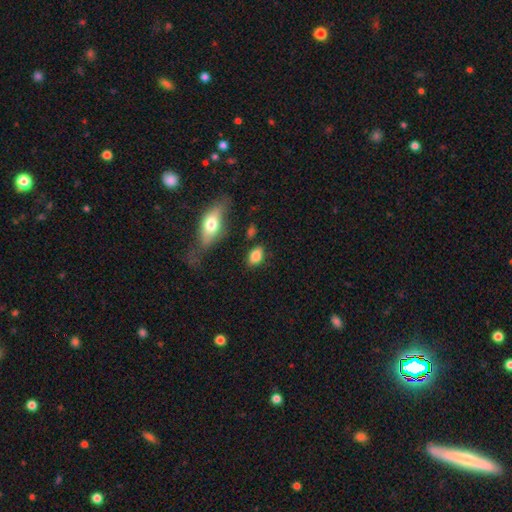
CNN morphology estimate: A smooth galaxy with no disk features (84%) that is in between round and cigar-shaped (83%). Merging: none (77%).